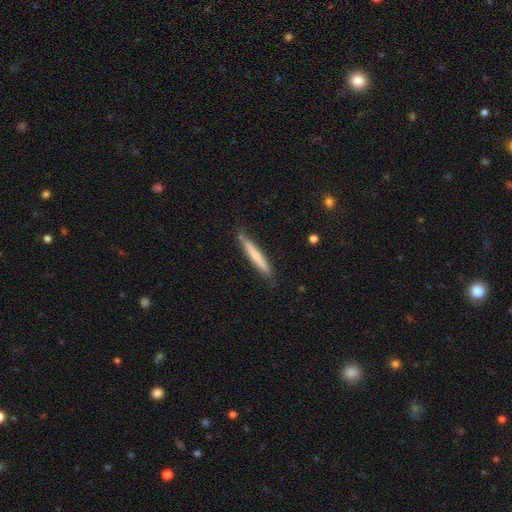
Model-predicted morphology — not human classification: Smooth or featured?
  - smooth: 67% *
  - featured or disk: 28%
  - star or artifact: 5%
How rounded?
  - cigar-shaped: 96% *
  - in between: 3%
  - round: 1%
Merging?
  - none: 83% *
  - minor disturbance: 13%
  - merger: 2%
  - major disturbance: 2%